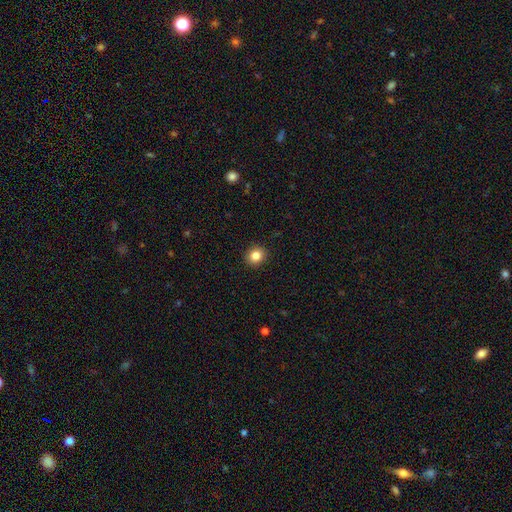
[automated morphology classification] Smooth or featured? Predicted: smooth (p=0.84). How rounded? Predicted: round (p=0.82). Merging? Predicted: none (p=0.92).